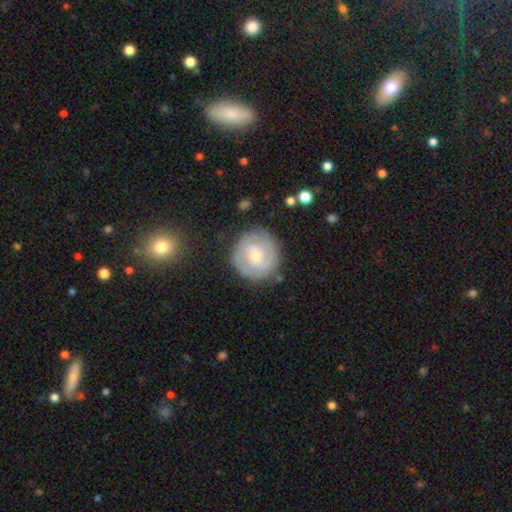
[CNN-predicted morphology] smooth_or_featured: featured or disk (p=0.73) [alt: smooth p=0.22]
disk_edge_on: no (p=0.98) [alt: yes p=0.02]
bar: weak (p=0.48) [alt: no p=0.40]
has_spiral_arms: yes (p=0.87) [alt: no p=0.13]
spiral_winding: tight (p=0.61) [alt: medium p=0.31]
spiral_arm_count: 2 (p=0.68) [alt: can't tell p=0.18]
bulge_size: small (p=0.54) [alt: moderate p=0.42]
merging: none (p=0.82) [alt: minor disturbance p=0.12]